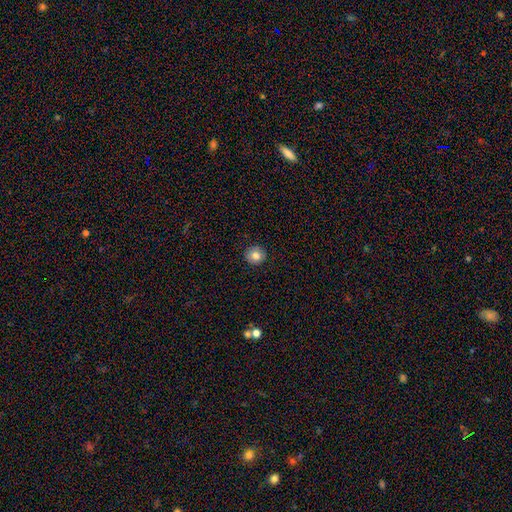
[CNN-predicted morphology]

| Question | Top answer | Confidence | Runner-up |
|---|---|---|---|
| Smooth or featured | smooth | 80% | featured or disk (10%) |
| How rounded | round | 92% | in between (7%) |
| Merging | none | 91% | minor disturbance (6%) |